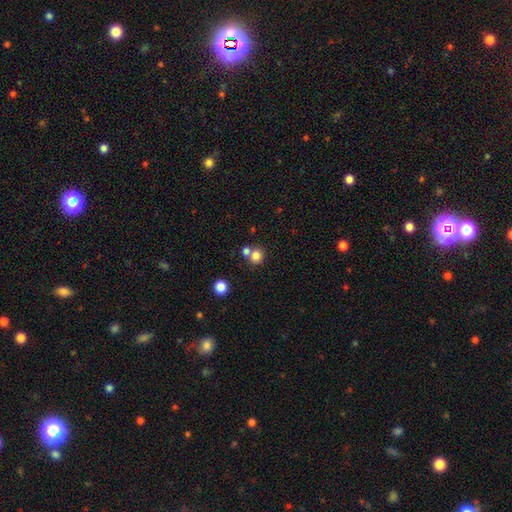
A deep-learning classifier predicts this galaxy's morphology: This is likely a smooth galaxy (80%). How rounded: clearly round (85%). Merging: possibly none (57%).